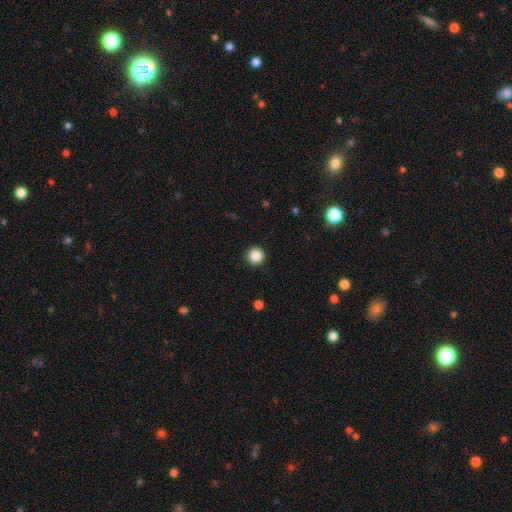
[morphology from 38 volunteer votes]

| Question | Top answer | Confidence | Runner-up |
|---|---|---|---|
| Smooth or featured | smooth | 87% | featured or disk (8%) |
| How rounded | round | 100% | — |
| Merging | none | 86% | minor disturbance (8%) |